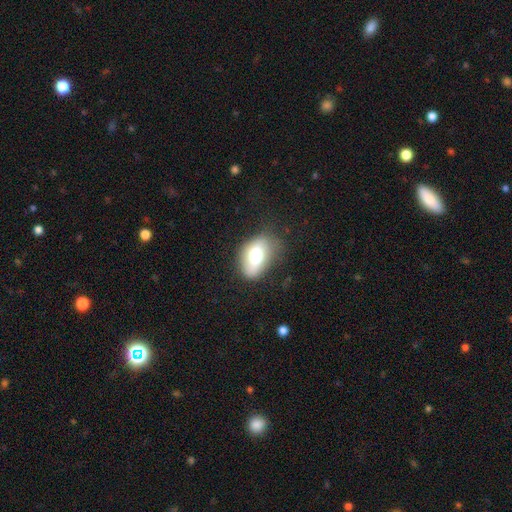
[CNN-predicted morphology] This appears to be a smooth galaxy with no disk features (66%) that is in between round and cigar-shaped (85%). Merging: none (64%).